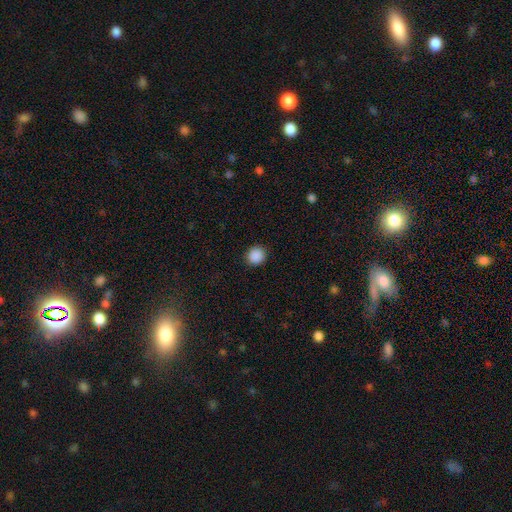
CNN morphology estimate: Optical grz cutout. It shows a smooth galaxy with no disk features (89%) that is round (89%). Merging: none (92%).